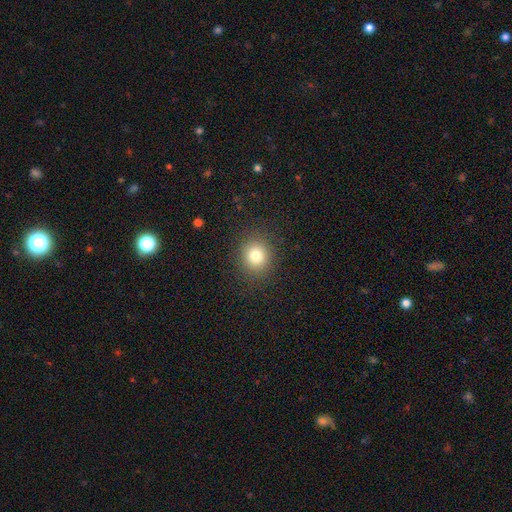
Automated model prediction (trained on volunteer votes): A smooth galaxy with no disk features (79%) that is round (84%).

Vote fractions:
- Smooth or featured? smooth: 79% / star or artifact: 13% / featured or disk: 8%
- How rounded? round: 84% / in between: 15% / cigar-shaped: 1%
- Merging? none: 89% / minor disturbance: 7% / major disturbance: 3% / merger: 1%